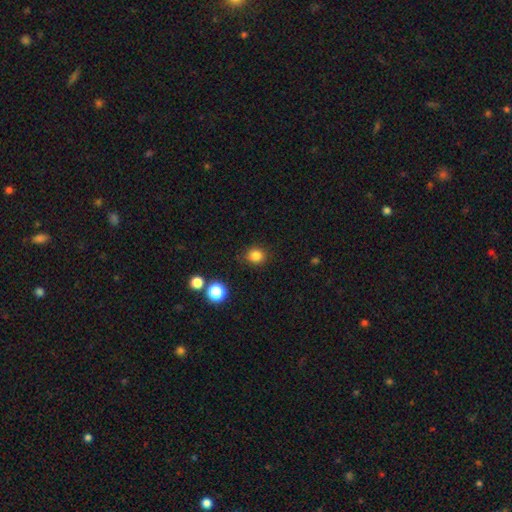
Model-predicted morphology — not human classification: smooth-or-featured: smooth: 83% | star or artifact: 13% | featured or disk: 4%
  how-rounded: round: 81% | in between: 18% | cigar-shaped: 1%
  merging: none: 85% | minor disturbance: 10% | major disturbance: 3% | merger: 2%